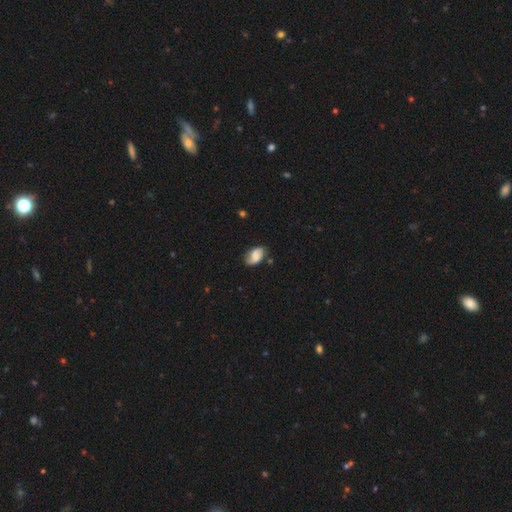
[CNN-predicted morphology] Smooth or featured? featured or disk (50%)
Edge-on disk? no (96%)
Merging? none (72%)